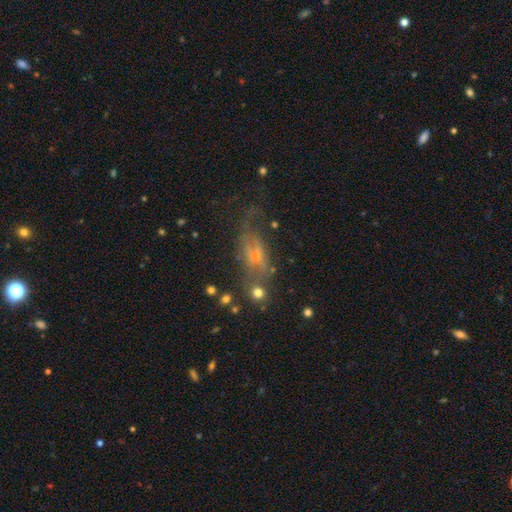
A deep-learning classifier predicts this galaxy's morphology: This is possibly a featured or disk galaxy (50%). Merging: marginally none (40%).